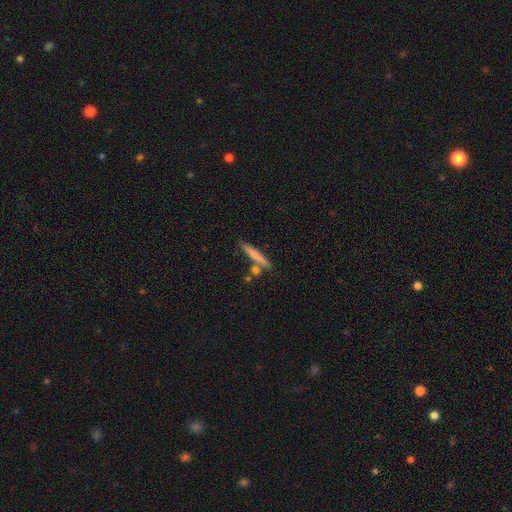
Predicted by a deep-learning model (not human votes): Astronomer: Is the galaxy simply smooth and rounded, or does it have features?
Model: smooth — 71%.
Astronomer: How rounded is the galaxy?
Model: cigar-shaped — 93%.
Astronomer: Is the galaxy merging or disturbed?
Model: none — 75%.